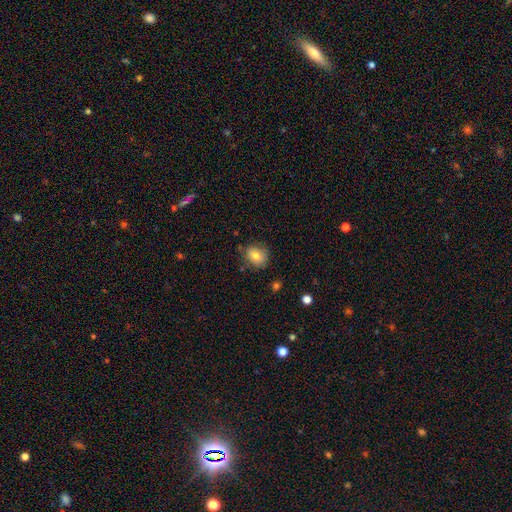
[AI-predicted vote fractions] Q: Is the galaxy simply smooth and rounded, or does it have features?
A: smooth — 78%.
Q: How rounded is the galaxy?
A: round — 57%.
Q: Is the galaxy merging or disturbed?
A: none — 76%.